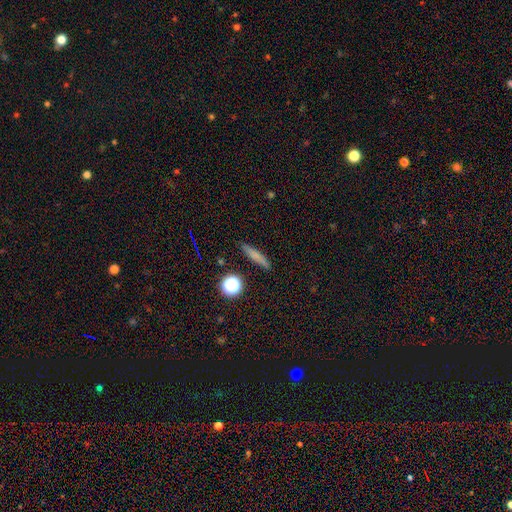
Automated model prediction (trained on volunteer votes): Q: Smooth or featured?
A: smooth (68%); runner-up: featured or disk (20%)
Q: How rounded?
A: cigar-shaped (85%); runner-up: in between (9%)
Q: Merging?
A: none (86%); runner-up: minor disturbance (10%)